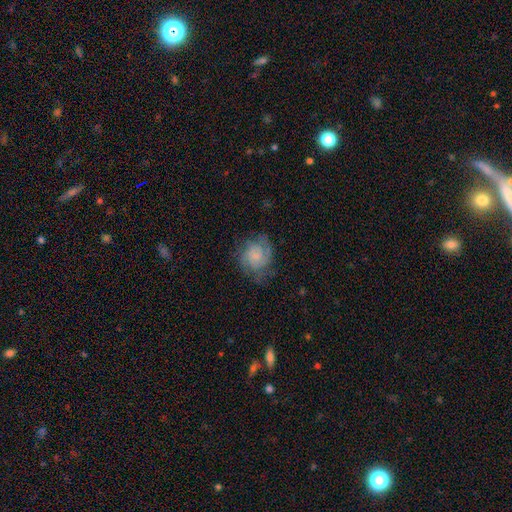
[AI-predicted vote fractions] A featured or disk galaxy (60%) with no bar (75%), 2 (32%) tight (47%) spiral arms (90%) and no central bulge (42%). Merging: none (65%).